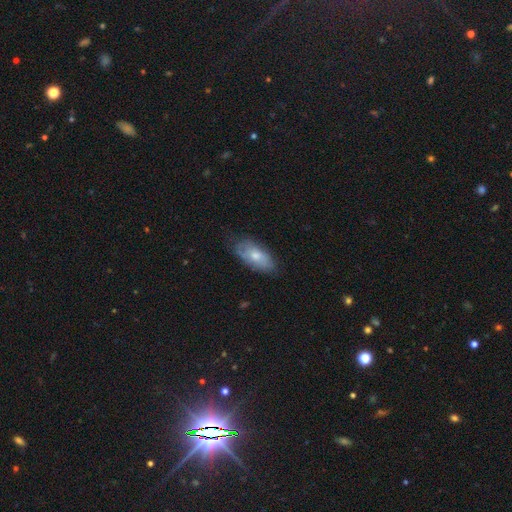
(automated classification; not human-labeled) The model was most divided on "merging": none: 63%, minor disturbance: 28%, major disturbance: 8%, merger: 2%. More confident: how rounded — in between (92%); smooth or featured — smooth (66%).